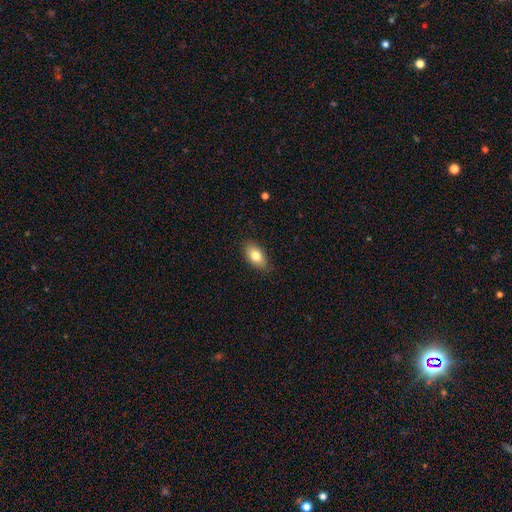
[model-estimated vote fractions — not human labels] smooth_or_featured: smooth (p=0.80) [alt: featured or disk p=0.13]
how_rounded: in between (p=0.91) [alt: round p=0.06]
merging: none (p=0.84) [alt: minor disturbance p=0.13]